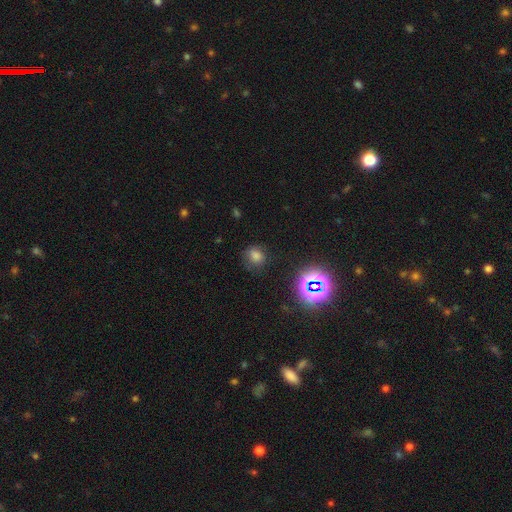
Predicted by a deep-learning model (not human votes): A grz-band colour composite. It shows a smooth galaxy with no disk features (67%) that is round (70%). Merging: none (74%).